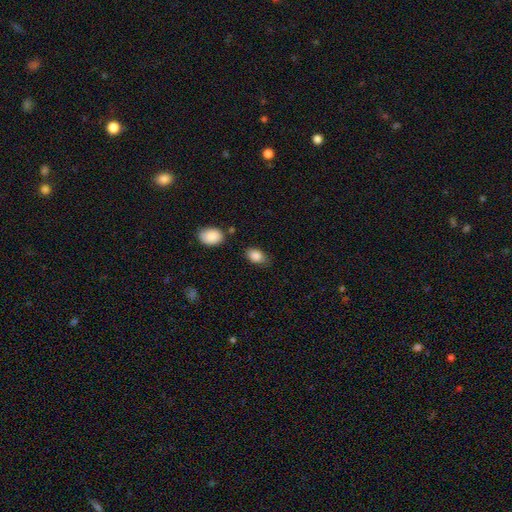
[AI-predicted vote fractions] Overall: smooth (87%). How rounded: in between (85%). Merging: none (71%).